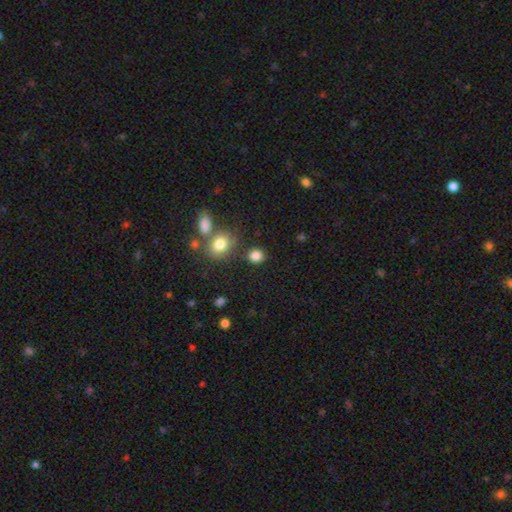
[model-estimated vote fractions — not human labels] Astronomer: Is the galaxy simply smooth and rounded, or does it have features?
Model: smooth — 84%.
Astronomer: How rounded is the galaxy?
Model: round — 78%.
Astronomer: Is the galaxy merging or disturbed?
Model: none — 80%.